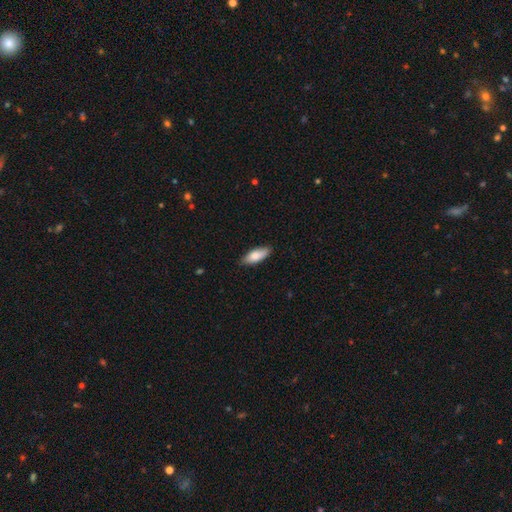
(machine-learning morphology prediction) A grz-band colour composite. It shows a smooth galaxy with no disk features (81%) that is in between round and cigar-shaped (74%). Merging: none (84%).